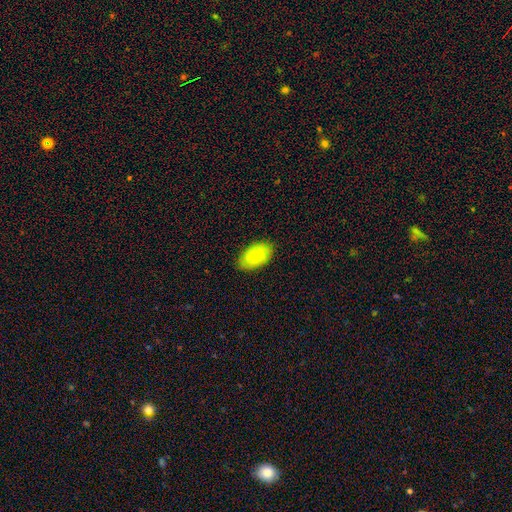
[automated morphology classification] type=smooth (86%); roundness=in between (95%); merging=none (87%).